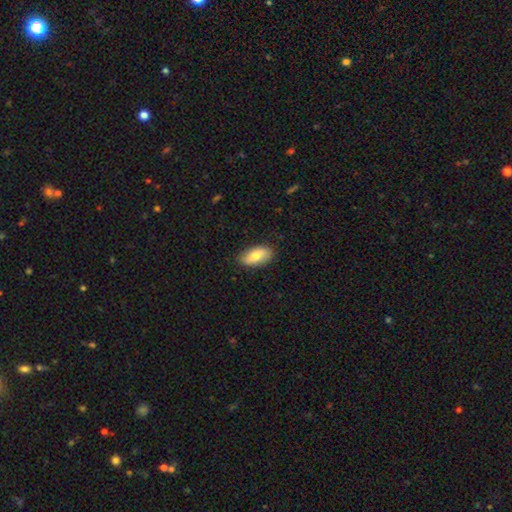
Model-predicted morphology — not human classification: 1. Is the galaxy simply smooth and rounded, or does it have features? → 72% smooth, 22% featured or disk, 6% star or artifact.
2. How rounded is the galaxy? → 92% in between, 5% cigar-shaped, 4% round.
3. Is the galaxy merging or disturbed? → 85% none, 12% minor disturbance, 2% major disturbance, 1% merger.